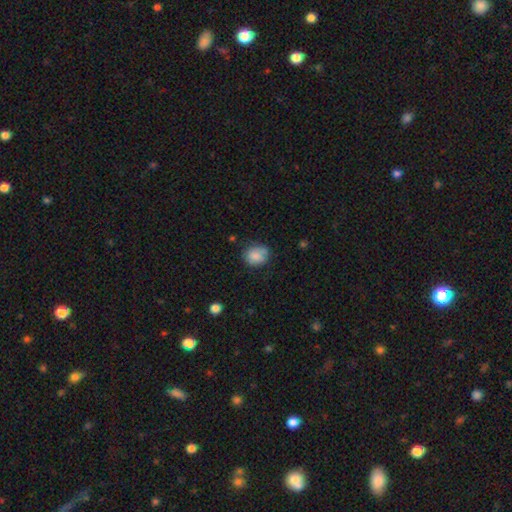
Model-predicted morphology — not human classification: Smooth or featured?
  - smooth: 82% *
  - featured or disk: 10%
  - star or artifact: 8%
How rounded?
  - round: 58% *
  - in between: 41%
  - cigar-shaped: 1%
Merging?
  - none: 64% *
  - minor disturbance: 26%
  - major disturbance: 7%
  - merger: 2%